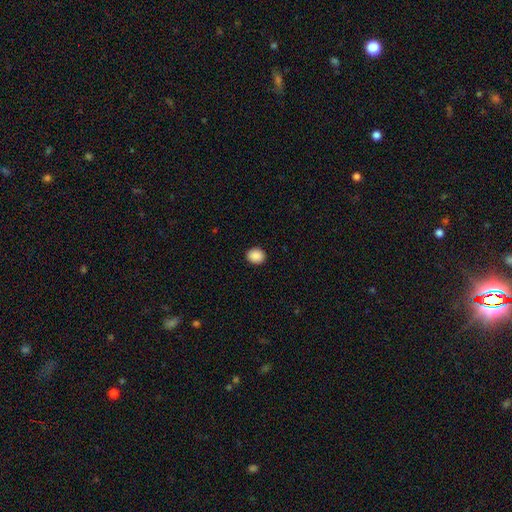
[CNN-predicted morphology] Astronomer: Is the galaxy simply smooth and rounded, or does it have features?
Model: smooth — 89%.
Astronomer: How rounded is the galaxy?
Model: round — 66%.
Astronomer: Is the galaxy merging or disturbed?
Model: none — 92%.